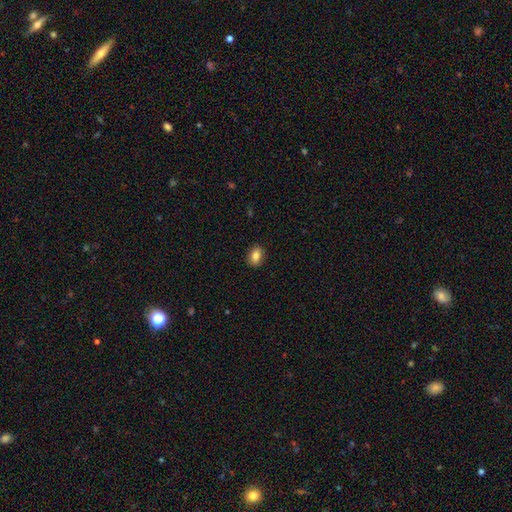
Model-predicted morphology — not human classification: Smooth or featured: smooth — 83% (star or artifact — 8%)
How rounded: in between — 77% (round — 21%)
Merging: none — 89% (minor disturbance — 8%)